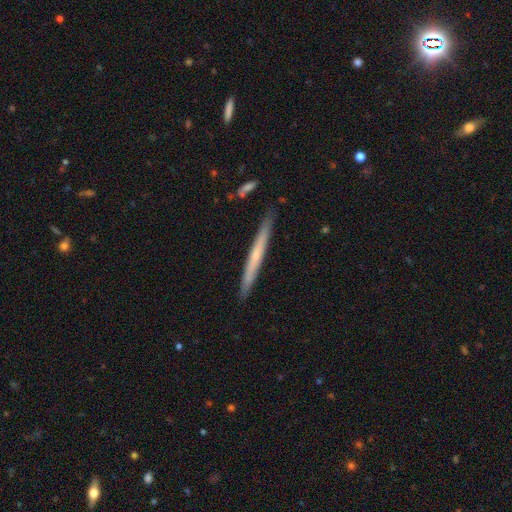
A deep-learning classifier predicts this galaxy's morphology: featured or disk 50%, smooth 44%, star or artifact 6%. Down the decision tree: merging — none (89%).